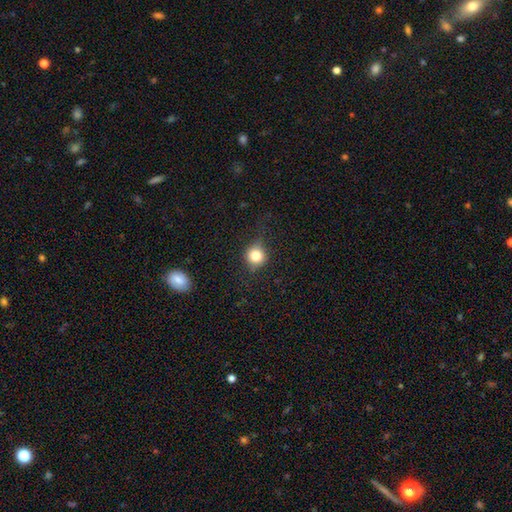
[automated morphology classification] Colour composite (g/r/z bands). It shows a smooth galaxy with no disk features (77%) that is round (88%). Merging: none (76%).